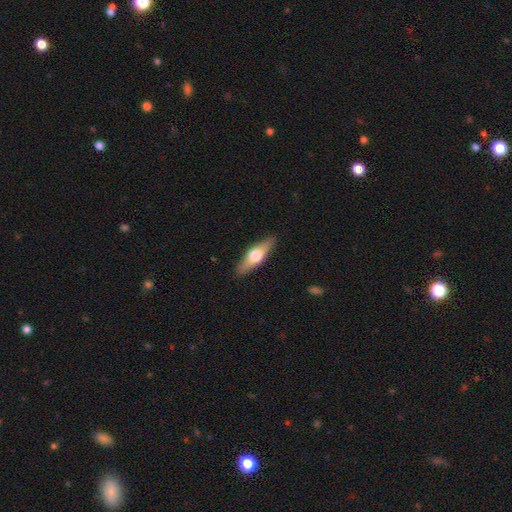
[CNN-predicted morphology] A smooth galaxy with no disk features (48%). Merging: none (88%).